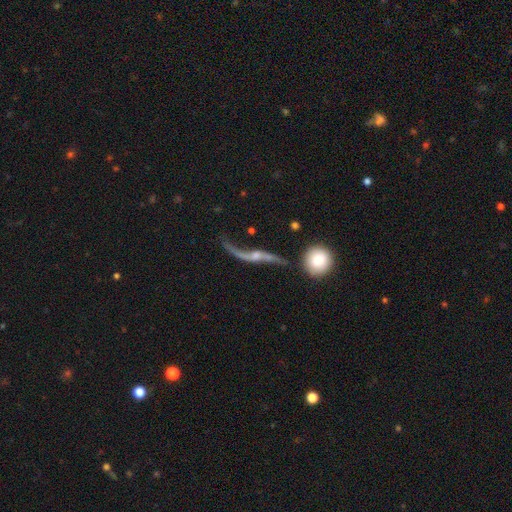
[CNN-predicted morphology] smooth-or-featured: featured or disk: 84% | smooth: 9% | star or artifact: 7%
  disk-edge-on: no: 77% | yes: 23%
    bar: no: 52% | weak: 30% | strong: 17%
    has-spiral-arms: yes: 91% | no: 9%
      spiral-winding: loose: 94% | medium: 4% | tight: 2%
      spiral-arm-count: 2: 87% | 1: 9% | can't tell: 2% | 3: 1% | 4: 1% | more than 4: 1%
    bulge-size: small: 52% | moderate: 30% | none: 12% | large: 4% | dominant: 2%
  merging: none: 50% | major disturbance: 22% | minor disturbance: 19% | merger: 9%